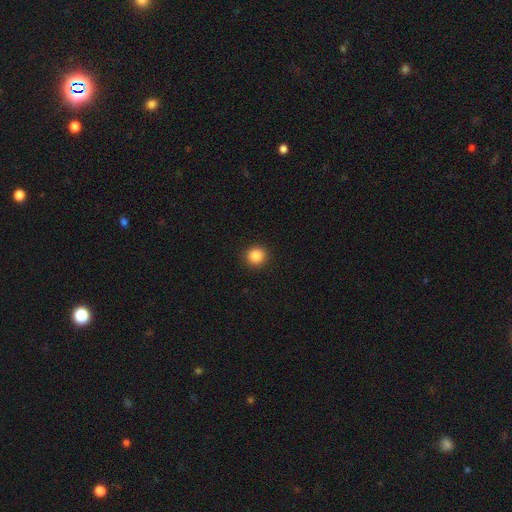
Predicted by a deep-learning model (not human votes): smooth_or_featured: smooth (p=0.87) [alt: star or artifact p=0.10]
how_rounded: round (p=0.93) [alt: in between p=0.06]
merging: none (p=0.93) [alt: minor disturbance p=0.05]